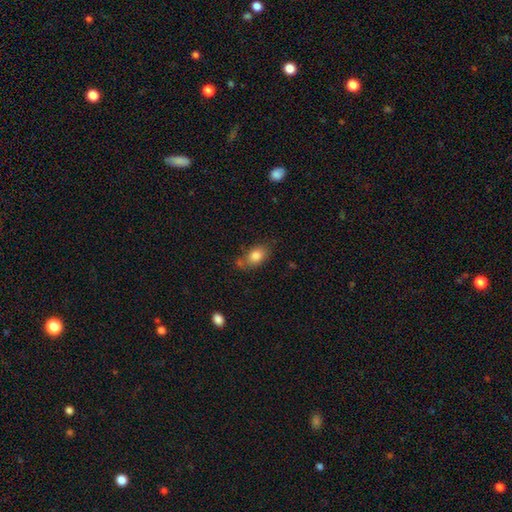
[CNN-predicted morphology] A smooth galaxy with no disk features (82%) that is in between round and cigar-shaped (81%). Merging: none (63%).